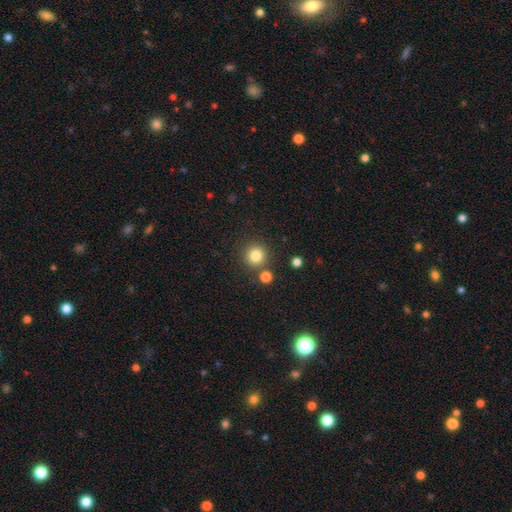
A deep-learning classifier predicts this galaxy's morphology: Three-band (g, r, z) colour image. It shows a smooth galaxy with no disk features (82%) that is round (94%). Merging: none (84%).